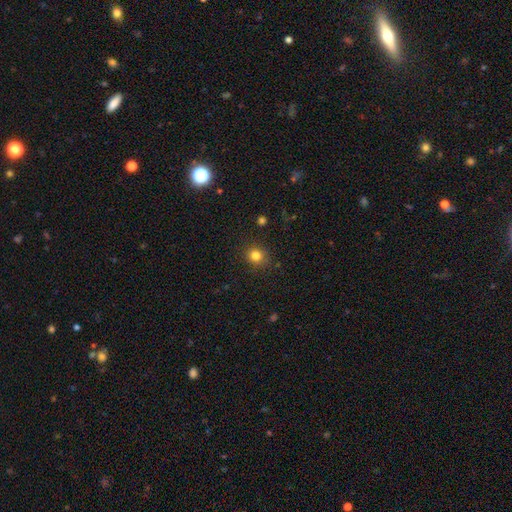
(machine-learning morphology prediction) Q: Smooth or featured?
A: smooth (81%); runner-up: star or artifact (13%)
Q: How rounded?
A: round (85%); runner-up: in between (14%)
Q: Merging?
A: none (88%); runner-up: minor disturbance (8%)